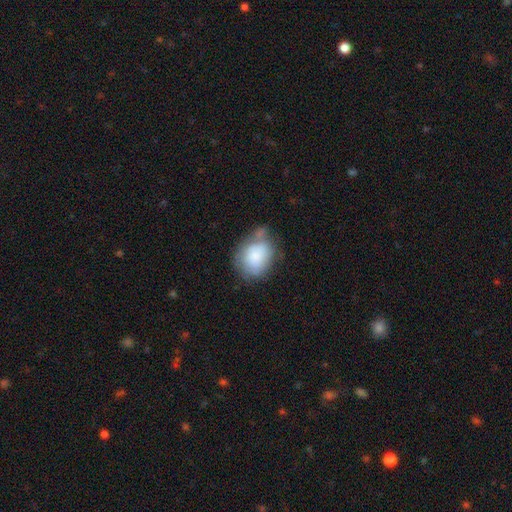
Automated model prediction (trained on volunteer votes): Smooth or featured? Predicted: smooth (p=0.78). How rounded? Predicted: round (p=0.51). Merging? Predicted: none (p=0.39).